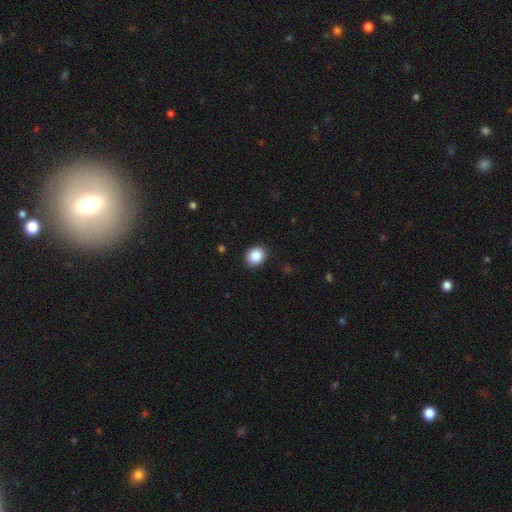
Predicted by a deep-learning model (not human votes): smooth_or_featured: smooth (p=0.86) [alt: star or artifact p=0.09]
how_rounded: round (p=0.61) [alt: in between p=0.38]
merging: none (p=0.91) [alt: minor disturbance p=0.06]